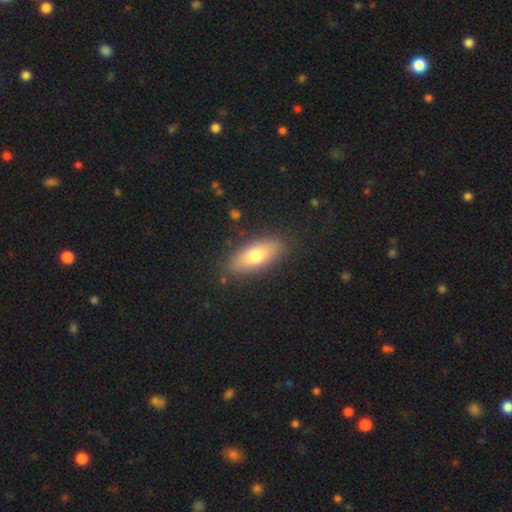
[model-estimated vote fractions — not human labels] smooth_or_featured: smooth (p=0.71) [alt: featured or disk p=0.22]
how_rounded: in between (p=0.74) [alt: cigar-shaped p=0.23]
merging: none (p=0.86) [alt: minor disturbance p=0.10]